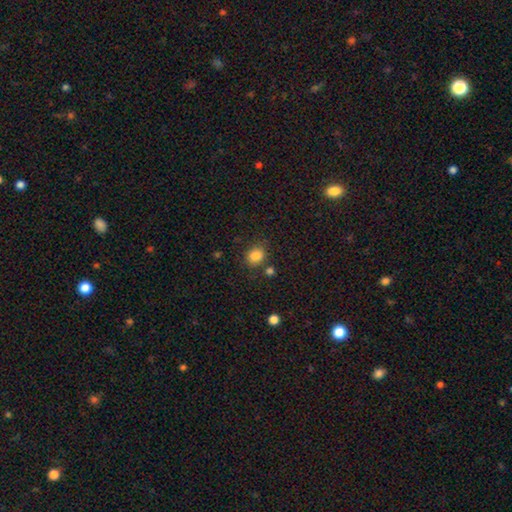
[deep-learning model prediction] Morphology: type=smooth (84%); roundness=round (60%); merging=none (78%).